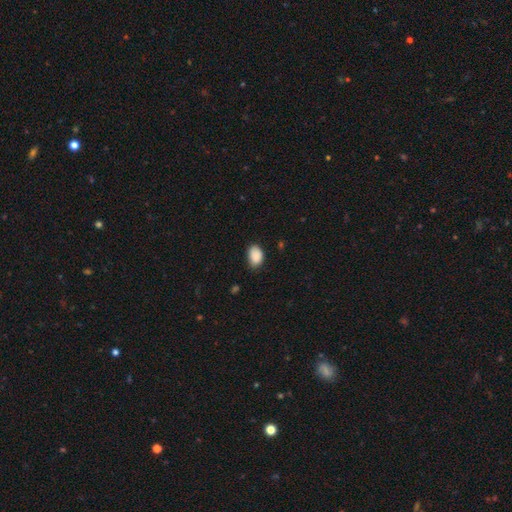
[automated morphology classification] Smooth or featured? smooth (89%)
How rounded? in between (85%)
Merging? none (73%)